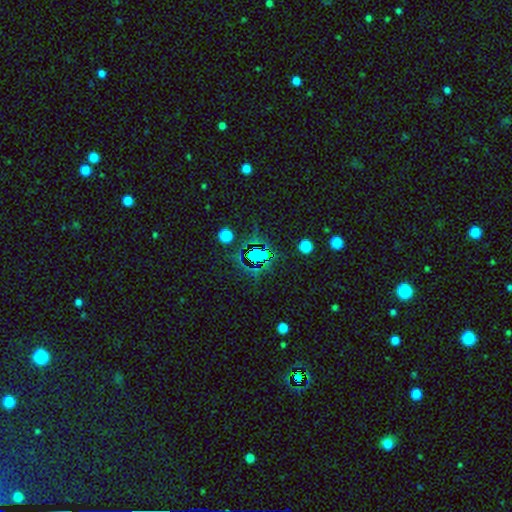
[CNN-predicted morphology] This is likely a star or artifact rather than a galaxy (68%).